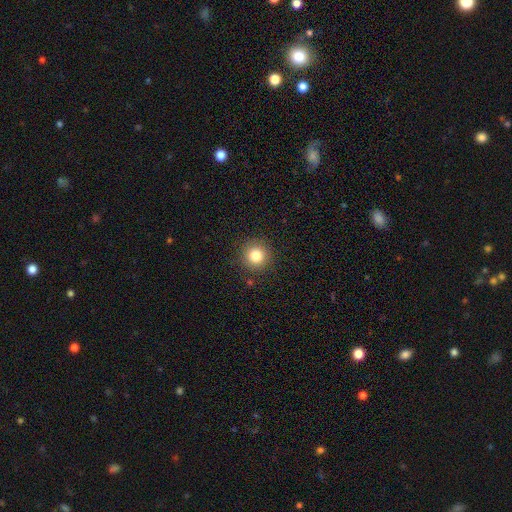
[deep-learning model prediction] smooth 81%, star or artifact 12%, featured or disk 7%. Down the decision tree: how rounded — round (95%); merging — none (90%).